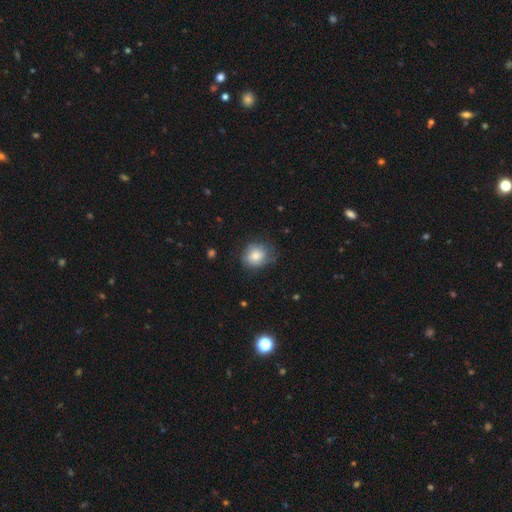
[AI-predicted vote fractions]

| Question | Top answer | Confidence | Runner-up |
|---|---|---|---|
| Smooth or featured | smooth | 71% | featured or disk (21%) |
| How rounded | round | 69% | in between (30%) |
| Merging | none | 63% | minor disturbance (27%) |